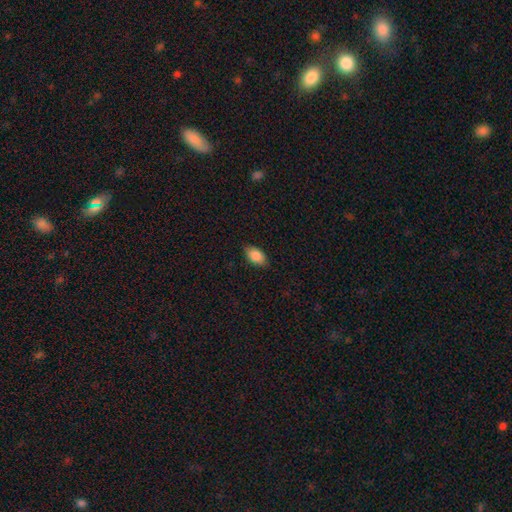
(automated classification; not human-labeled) Smooth or featured: smooth — 86% (star or artifact — 7%)
How rounded: in between — 92% (round — 6%)
Merging: none — 87% (minor disturbance — 10%)